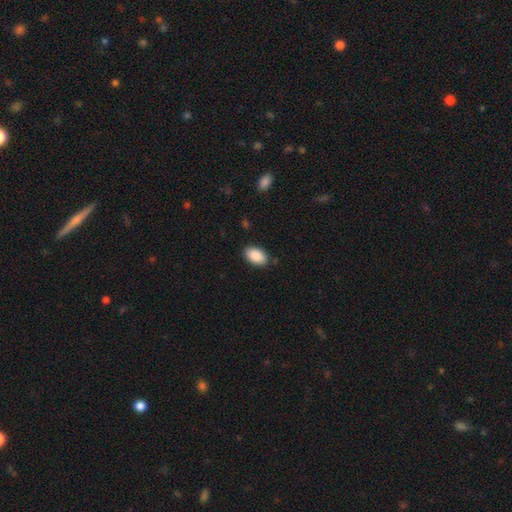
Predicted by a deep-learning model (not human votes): Smooth or featured?
  - smooth: 90% *
  - star or artifact: 7%
  - featured or disk: 4%
How rounded?
  - in between: 93% *
  - round: 5%
  - cigar-shaped: 1%
Merging?
  - none: 86% *
  - minor disturbance: 10%
  - major disturbance: 2%
  - merger: 1%